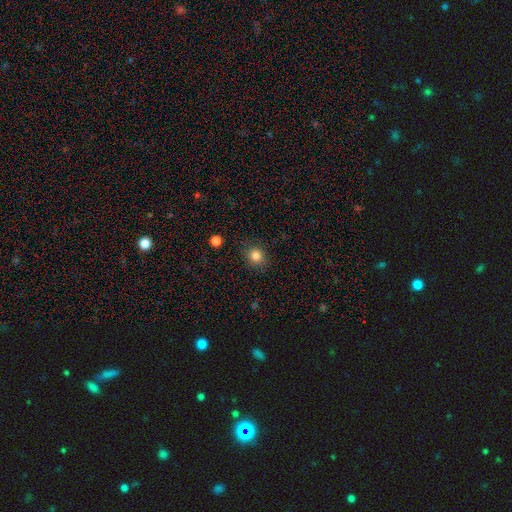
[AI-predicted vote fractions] Smooth or featured? smooth (84%)
How rounded? round (82%)
Merging? none (86%)